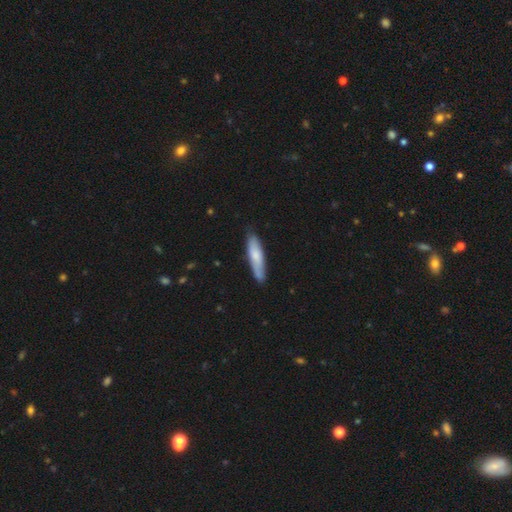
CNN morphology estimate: A smooth galaxy with no disk features (70%) that is cigar-shaped (78%).

Vote fractions:
- Smooth or featured? smooth: 70% / featured or disk: 25% / star or artifact: 5%
- How rounded? cigar-shaped: 78% / in between: 21% / round: 1%
- Merging? none: 78% / minor disturbance: 18% / major disturbance: 3% / merger: 2%